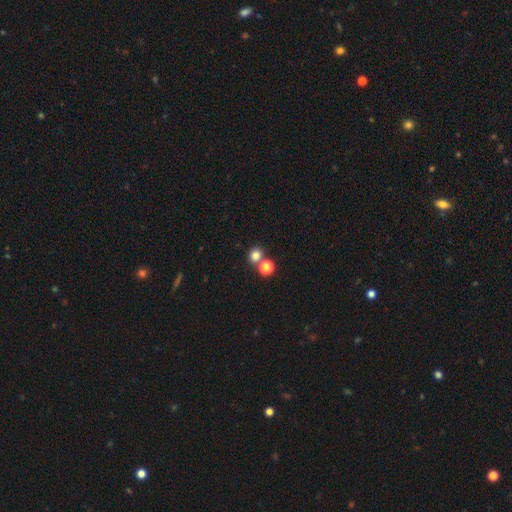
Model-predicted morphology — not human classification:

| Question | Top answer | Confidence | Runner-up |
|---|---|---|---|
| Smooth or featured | smooth | 79% | star or artifact (15%) |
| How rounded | round | 84% | in between (15%) |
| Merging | none | 61% | merger (30%) |